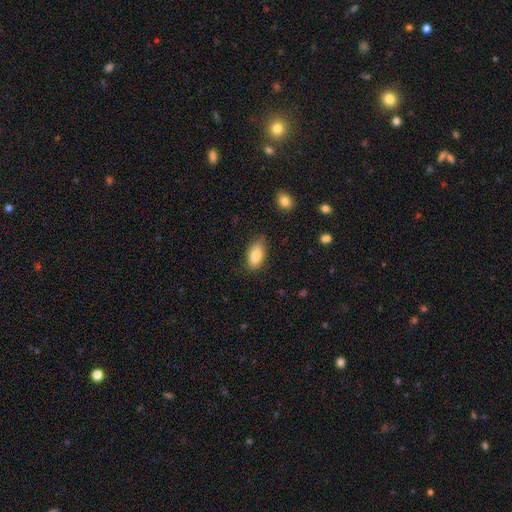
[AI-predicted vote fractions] The model was most divided on "merging": none: 76%, minor disturbance: 19%, major disturbance: 4%, merger: 1%. More confident: how rounded — in between (92%); smooth or featured — smooth (85%).